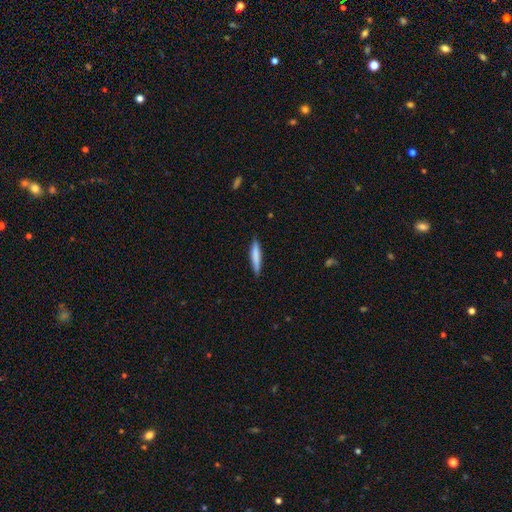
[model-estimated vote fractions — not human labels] smooth_or_featured: smooth (p=0.75) [alt: featured or disk p=0.19]
how_rounded: cigar-shaped (p=0.90) [alt: in between p=0.09]
merging: none (p=0.87) [alt: minor disturbance p=0.10]